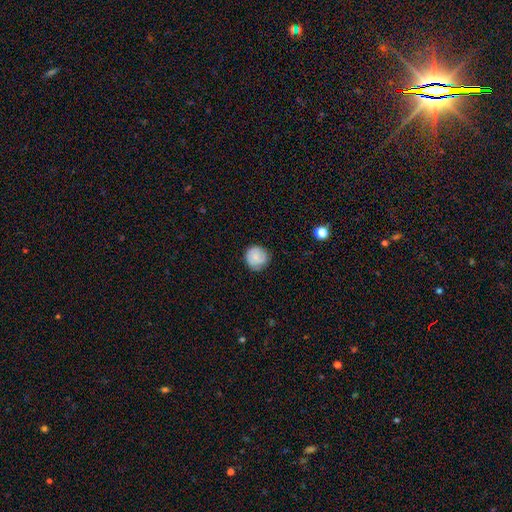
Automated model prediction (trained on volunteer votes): Smooth or featured: smooth — 72% (featured or disk — 20%)
How rounded: round — 92% (in between — 7%)
Merging: none — 79% (minor disturbance — 16%)